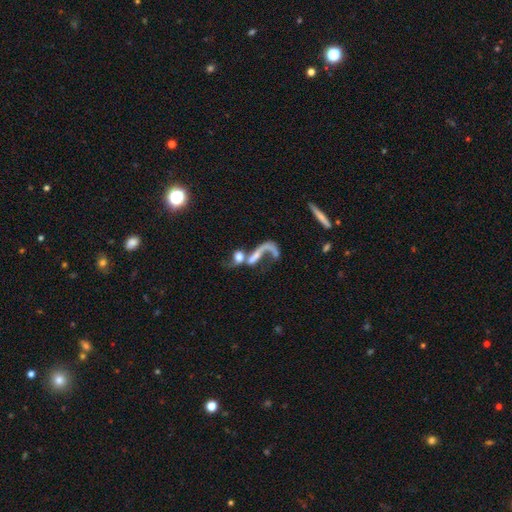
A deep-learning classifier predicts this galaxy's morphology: Smooth or featured?
  - featured or disk: 59% *
  - smooth: 29%
  - star or artifact: 12%
Edge-on disk?
  - no: 87% *
  - yes: 13%
Bar?
  - no: 63% *
  - weak: 23%
  - strong: 15%
Spiral arms?
  - yes: 58% *
  - no: 42%
Bulge size?
  - none: 36% *
  - small: 27%
  - moderate: 23%
  - large: 10%
  - dominant: 4%
Merging?
  - merger: 52% *
  - major disturbance: 24%
  - none: 17%
  - minor disturbance: 7%